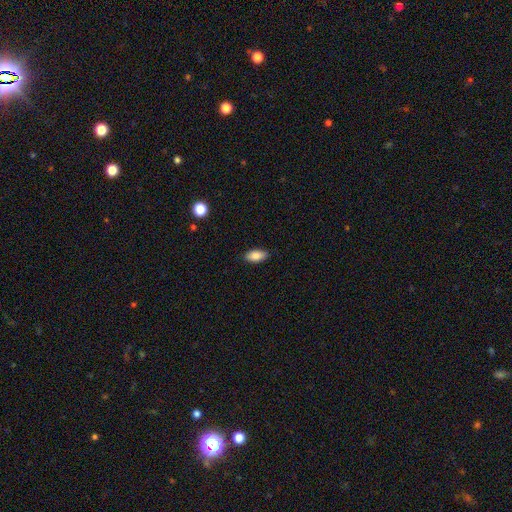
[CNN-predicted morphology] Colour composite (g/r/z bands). It shows a smooth galaxy with no disk features (86%) that is in between round and cigar-shaped (90%). Merging: none (87%).